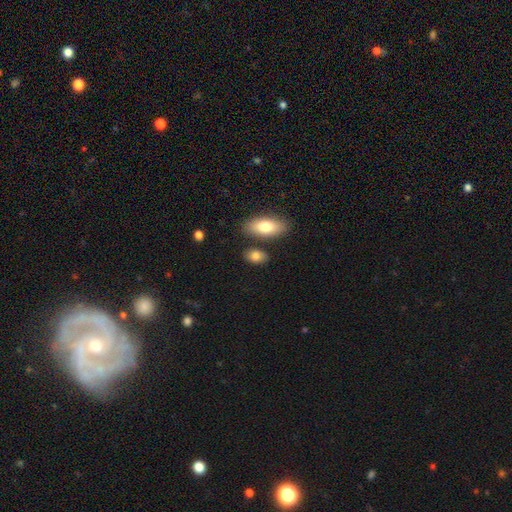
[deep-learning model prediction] This is clearly a smooth galaxy (81%). How rounded: clearly in between (86%). Merging: likely none (74%).